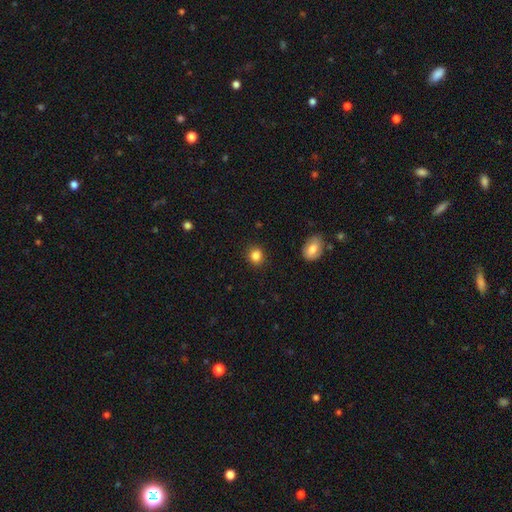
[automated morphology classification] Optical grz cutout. It shows a smooth galaxy with no disk features (85%) that is round (77%). Merging: none (88%).